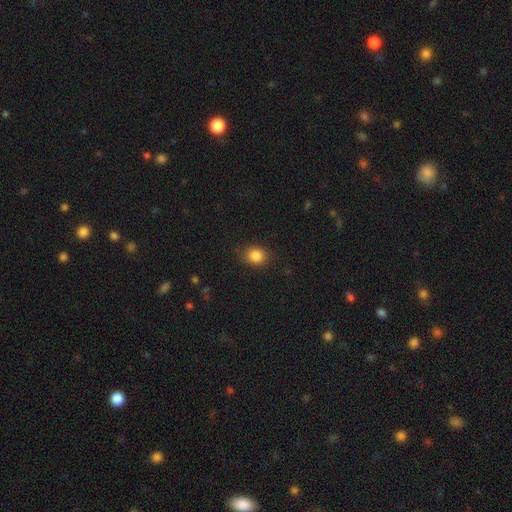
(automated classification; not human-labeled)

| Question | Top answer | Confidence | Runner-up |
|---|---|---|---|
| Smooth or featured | smooth | 85% | star or artifact (10%) |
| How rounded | round | 56% | in between (43%) |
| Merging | none | 84% | minor disturbance (12%) |